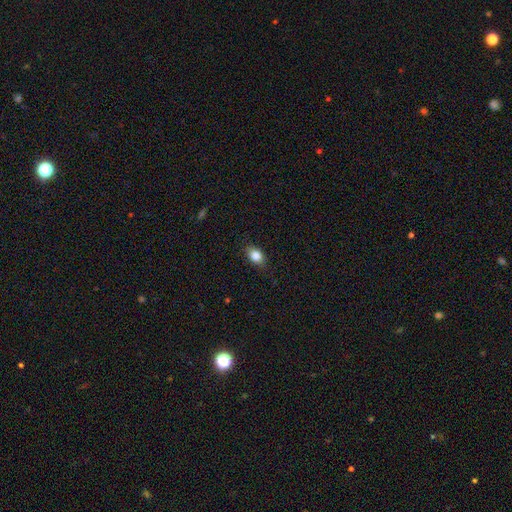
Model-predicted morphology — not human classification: This is clearly a smooth galaxy (84%). How rounded: likely in between (79%). Merging: clearly none (85%).